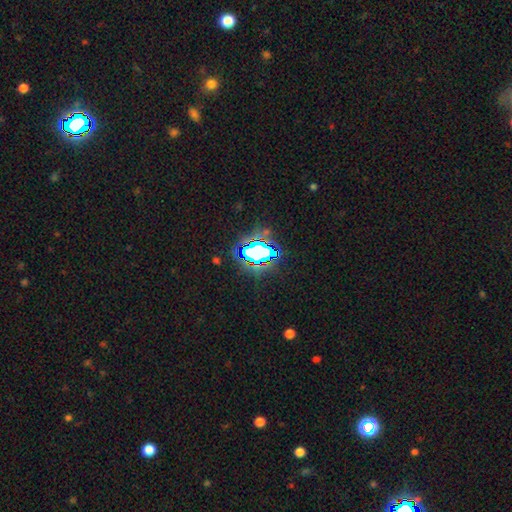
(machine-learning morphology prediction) This appears to be a star or artifact, not a galaxy (62%).